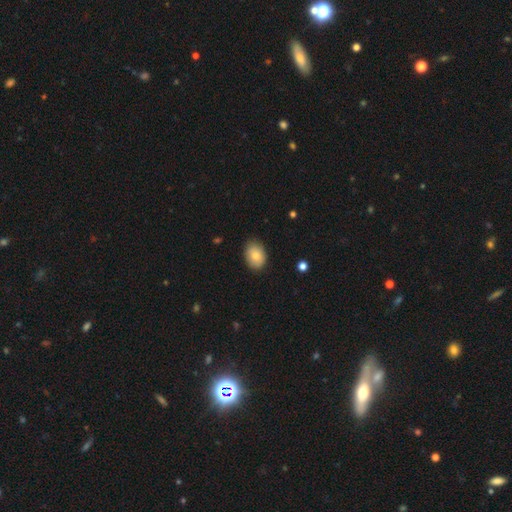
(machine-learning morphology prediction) smooth-or-featured: smooth: 81% | featured or disk: 11% | star or artifact: 8%
  how-rounded: in between: 70% | round: 29% | cigar-shaped: 1%
  merging: none: 83% | minor disturbance: 14% | major disturbance: 2% | merger: 1%